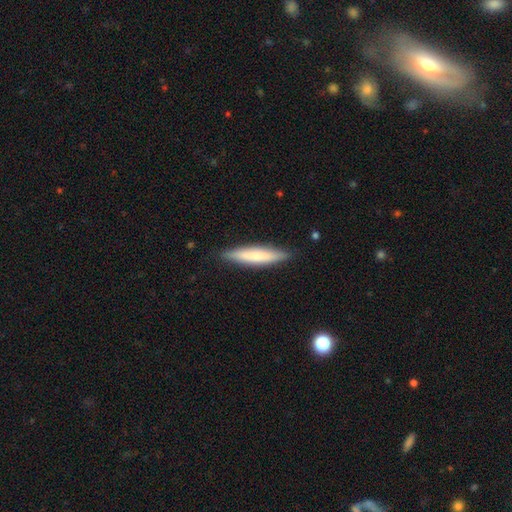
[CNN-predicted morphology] Q: Smooth or featured?
A: smooth (68%); runner-up: featured or disk (27%)
Q: How rounded?
A: cigar-shaped (86%); runner-up: in between (12%)
Q: Merging?
A: none (87%); runner-up: minor disturbance (10%)